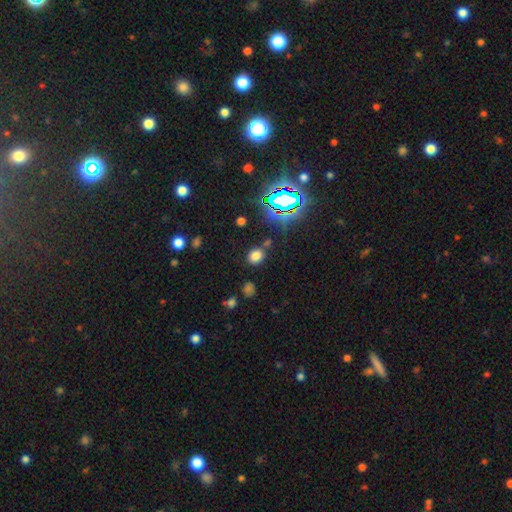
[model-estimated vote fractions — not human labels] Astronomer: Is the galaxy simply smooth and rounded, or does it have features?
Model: smooth — 70%.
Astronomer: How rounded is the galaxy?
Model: round — 61% (runner-up: in between, 38%).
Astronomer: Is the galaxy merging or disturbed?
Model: none — 79%.